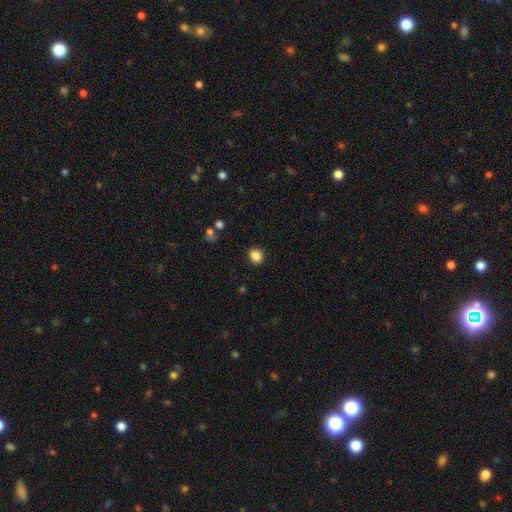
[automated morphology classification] Smooth or featured? Predicted: smooth (p=0.86). How rounded? Predicted: round (p=0.64). Merging? Predicted: none (p=0.88).